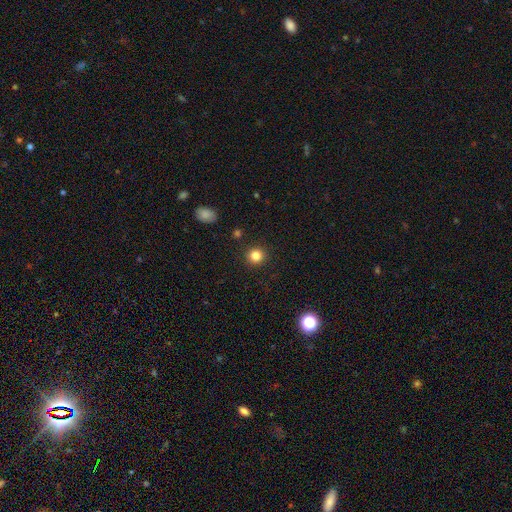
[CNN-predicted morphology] smooth 83%, star or artifact 13%, featured or disk 5%. Down the decision tree: how rounded — round (93%); merging — none (91%).